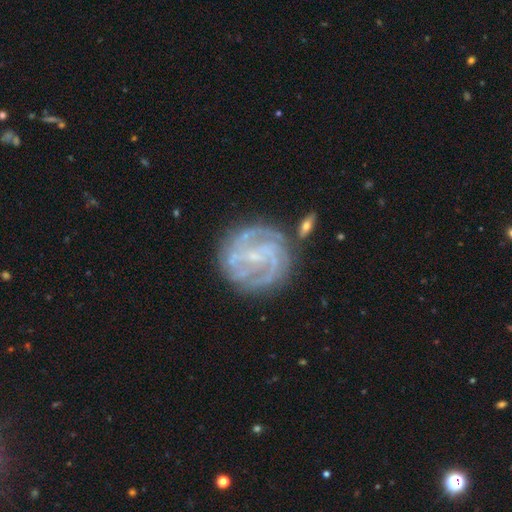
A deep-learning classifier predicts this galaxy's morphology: smooth_or_featured: featured or disk (p=0.87) [alt: smooth p=0.07]
disk_edge_on: no (p=0.98) [alt: yes p=0.02]
bar: weak (p=0.45) [alt: no p=0.33]
has_spiral_arms: yes (p=0.95) [alt: no p=0.05]
spiral_winding: tight (p=0.57) [alt: medium p=0.35]
spiral_arm_count: 2 (p=0.34) [alt: 3 p=0.23]
bulge_size: small (p=0.76) [alt: none p=0.12]
merging: none (p=0.70) [alt: minor disturbance p=0.16]